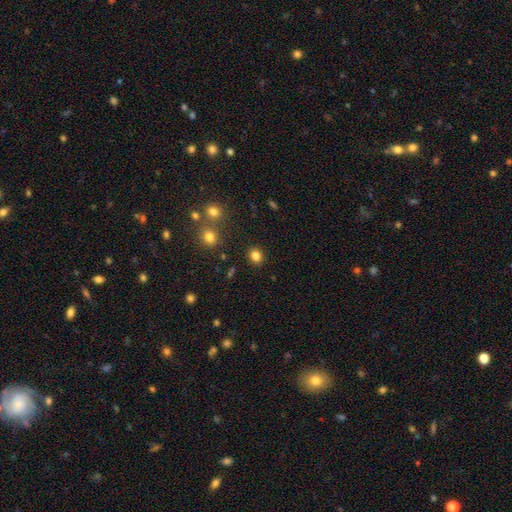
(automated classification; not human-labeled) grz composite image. It shows a smooth galaxy with no disk features (83%) that is round (77%). Merging: none (88%).